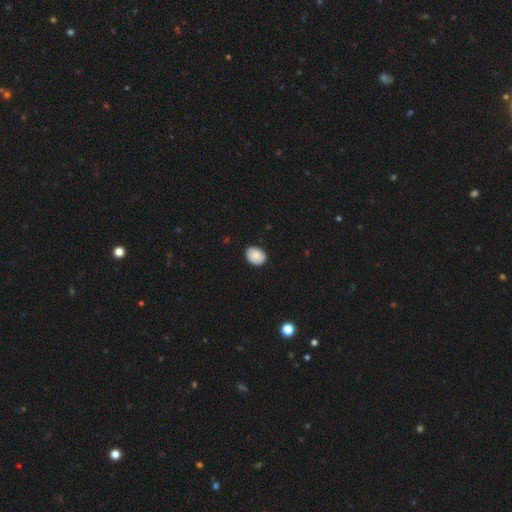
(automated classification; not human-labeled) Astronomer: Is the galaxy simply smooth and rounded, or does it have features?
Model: smooth — 85%.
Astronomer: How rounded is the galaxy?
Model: in between — 66%.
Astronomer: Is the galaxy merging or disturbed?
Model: none — 81%.